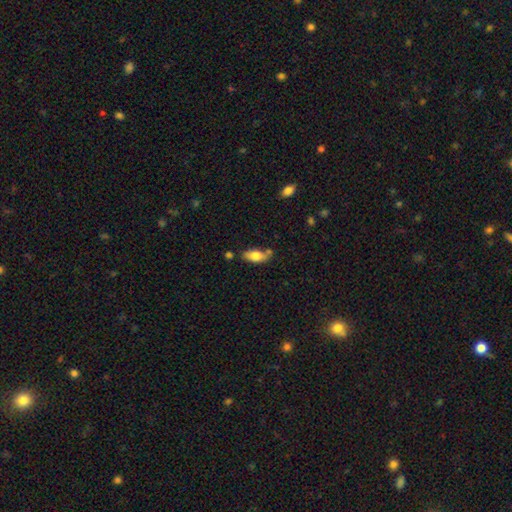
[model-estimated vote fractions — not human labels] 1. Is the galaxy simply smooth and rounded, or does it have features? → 75% smooth, 19% featured or disk, 7% star or artifact.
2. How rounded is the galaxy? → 85% in between, 12% cigar-shaped, 3% round.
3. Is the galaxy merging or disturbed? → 63% none, 20% minor disturbance, 12% merger, 5% major disturbance.